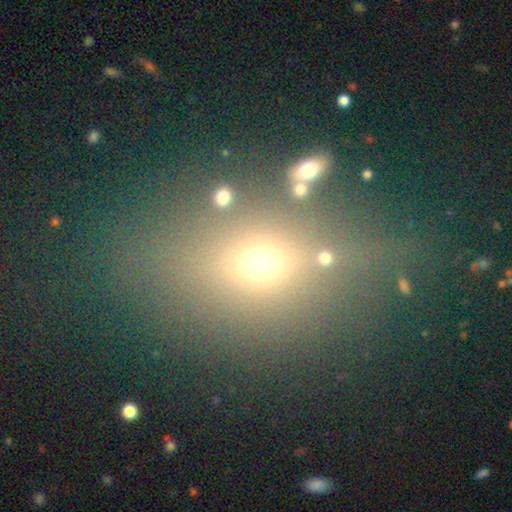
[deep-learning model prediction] Morphology: type=smooth (54%); roundness=in between (59%); merging=none (74%).